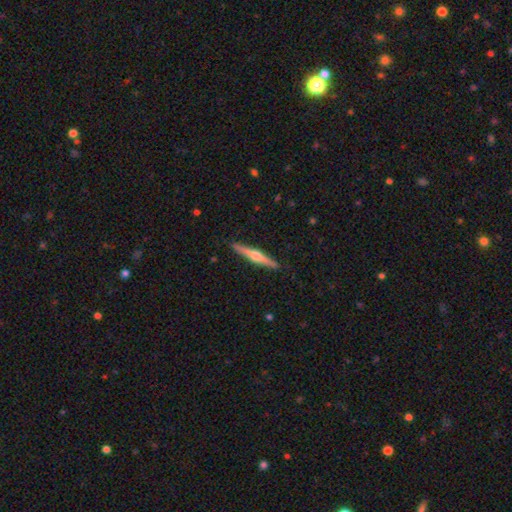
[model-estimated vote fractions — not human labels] Overall: featured or disk (68%). Edge-on disk: yes (98%). Edge-on bulge: rounded (90%). Merging: none (91%).